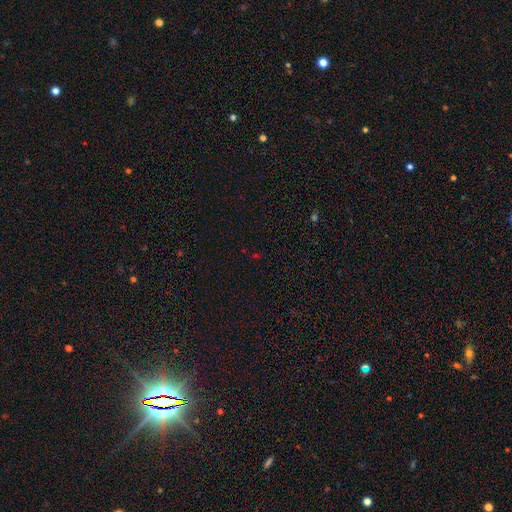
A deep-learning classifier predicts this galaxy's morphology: Smooth or featured?
  - star or artifact: 65% *
  - smooth: 28%
  - featured or disk: 7%